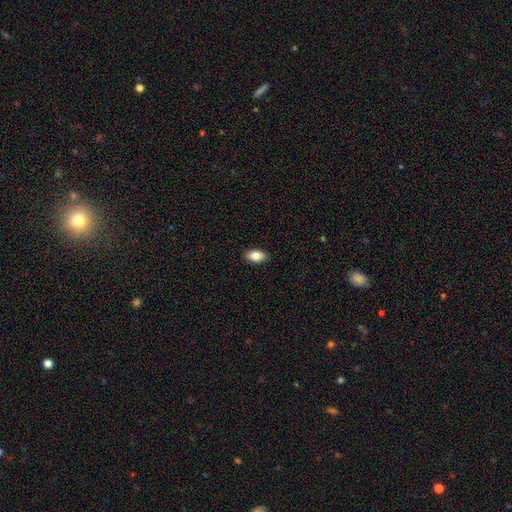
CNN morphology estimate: Smooth or featured?
  - smooth: 83% *
  - featured or disk: 9%
  - star or artifact: 7%
How rounded?
  - in between: 92% *
  - round: 5%
  - cigar-shaped: 3%
Merging?
  - none: 90% *
  - minor disturbance: 8%
  - major disturbance: 2%
  - merger: 1%